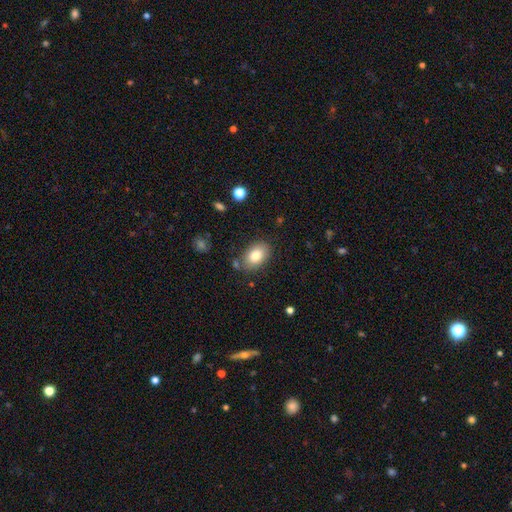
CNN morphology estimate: smooth_or_featured: smooth (p=0.82) [alt: featured or disk p=0.11]
how_rounded: in between (p=0.87) [alt: round p=0.12]
merging: none (p=0.79) [alt: minor disturbance p=0.14]